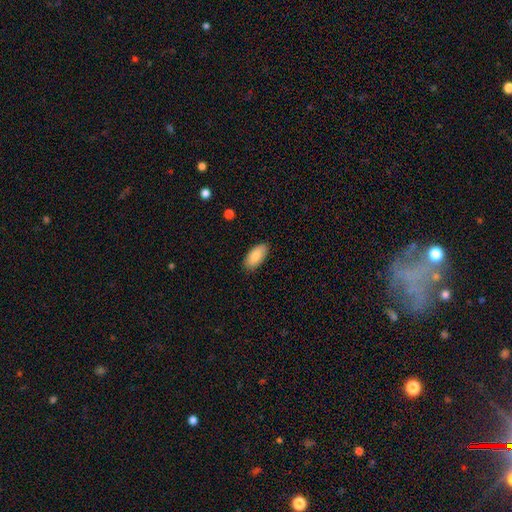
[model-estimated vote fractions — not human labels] smooth 87%, featured or disk 7%, star or artifact 6%. Down the decision tree: how rounded — in between (91%); merging — none (87%).